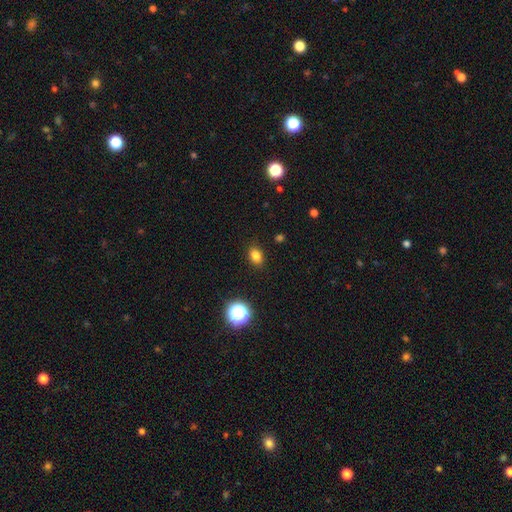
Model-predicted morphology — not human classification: This is clearly a smooth galaxy (81%). How rounded: likely in between (70%). Merging: clearly none (88%).